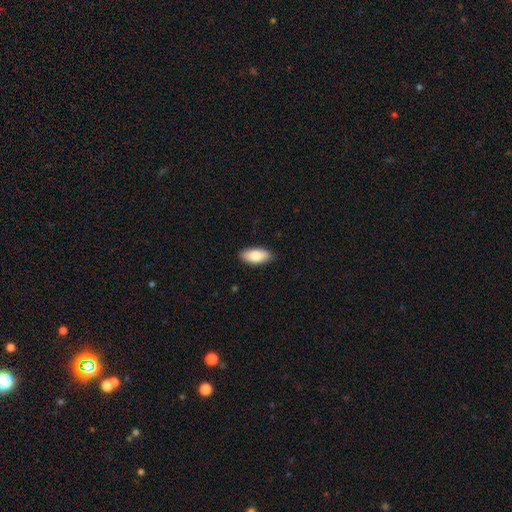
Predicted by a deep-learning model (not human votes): Q: Smooth or featured?
A: smooth (82%); runner-up: featured or disk (12%)
Q: How rounded?
A: in between (89%); runner-up: cigar-shaped (9%)
Q: Merging?
A: none (88%); runner-up: minor disturbance (9%)